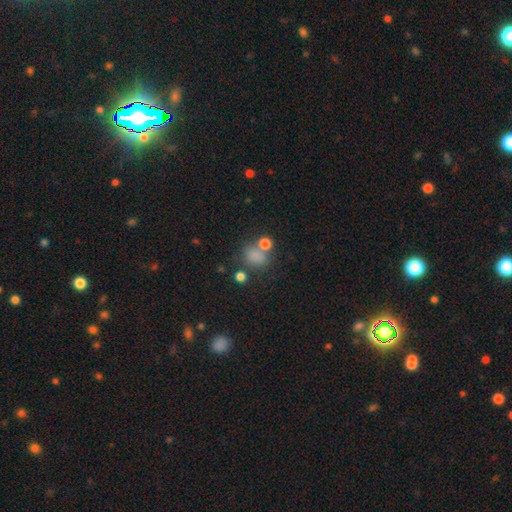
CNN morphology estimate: smooth 74%, star or artifact 17%, featured or disk 9%. Down the decision tree: how rounded — round (61%); merging — none (54%).